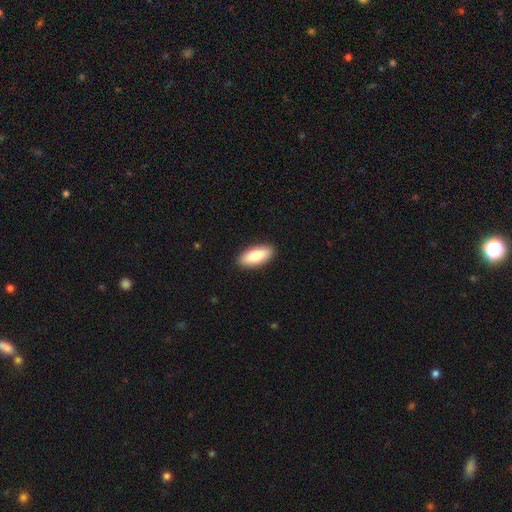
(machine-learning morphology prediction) Smooth or featured? smooth (80%)
How rounded? in between (81%)
Merging? none (90%)